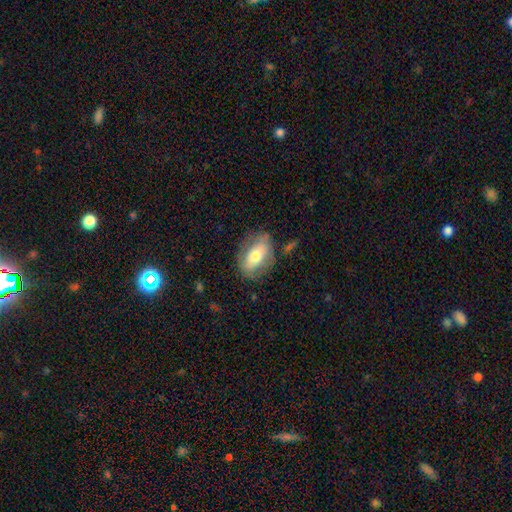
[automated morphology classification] Smooth or featured: smooth — 56% (featured or disk — 37%)
How rounded: in between — 82% (round — 13%)
Merging: none — 72% (minor disturbance — 19%)